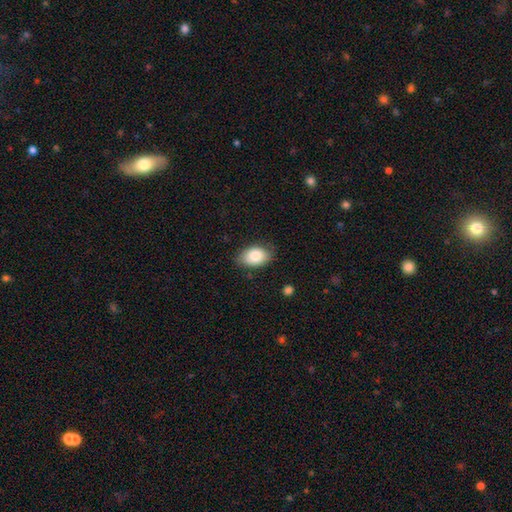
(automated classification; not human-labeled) Q: Smooth or featured?
A: smooth (84%); runner-up: featured or disk (9%)
Q: How rounded?
A: in between (87%); runner-up: round (12%)
Q: Merging?
A: none (75%); runner-up: minor disturbance (20%)